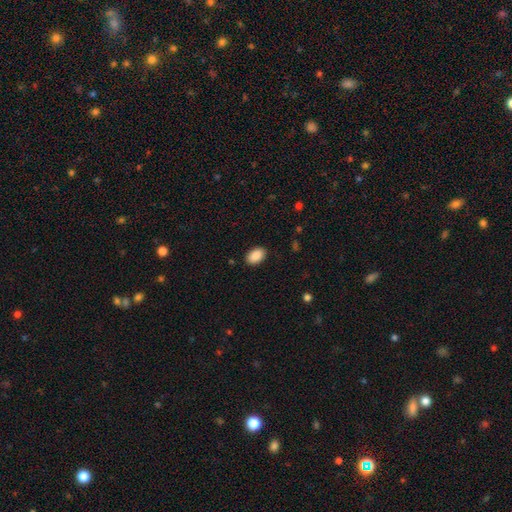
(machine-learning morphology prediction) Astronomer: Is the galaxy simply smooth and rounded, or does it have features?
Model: smooth — 90%.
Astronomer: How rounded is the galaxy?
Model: in between — 90%.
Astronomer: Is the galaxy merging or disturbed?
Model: none — 89%.